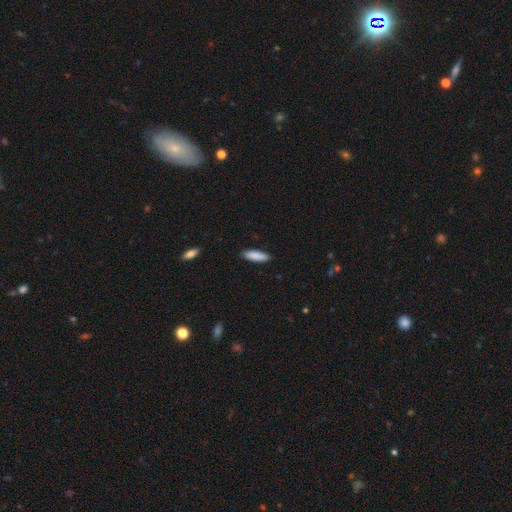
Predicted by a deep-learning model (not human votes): smooth-or-featured: smooth: 89% | featured or disk: 6% | star or artifact: 6%
  how-rounded: cigar-shaped: 54% | in between: 45% | round: 1%
  merging: none: 89% | minor disturbance: 8% | major disturbance: 2% | merger: 1%